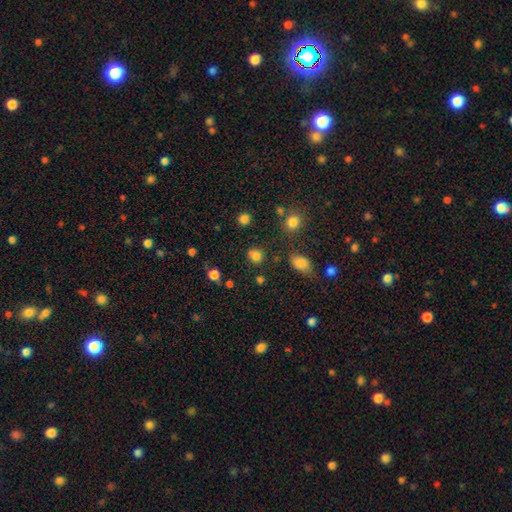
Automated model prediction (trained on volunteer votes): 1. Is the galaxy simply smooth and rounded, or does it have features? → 79% smooth, 16% star or artifact, 5% featured or disk.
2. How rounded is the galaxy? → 70% round, 29% in between, 1% cigar-shaped.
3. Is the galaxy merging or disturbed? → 75% none, 13% minor disturbance, 7% merger, 5% major disturbance.